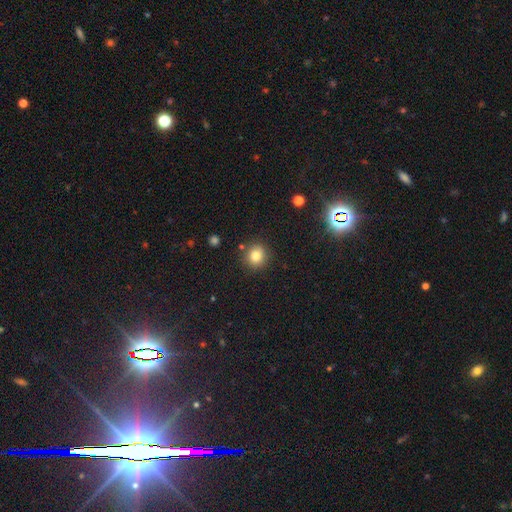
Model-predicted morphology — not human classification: Smooth or featured?
  - smooth: 81% *
  - star or artifact: 12%
  - featured or disk: 7%
How rounded?
  - round: 88% *
  - in between: 11%
  - cigar-shaped: 1%
Merging?
  - none: 85% *
  - minor disturbance: 9%
  - merger: 4%
  - major disturbance: 2%